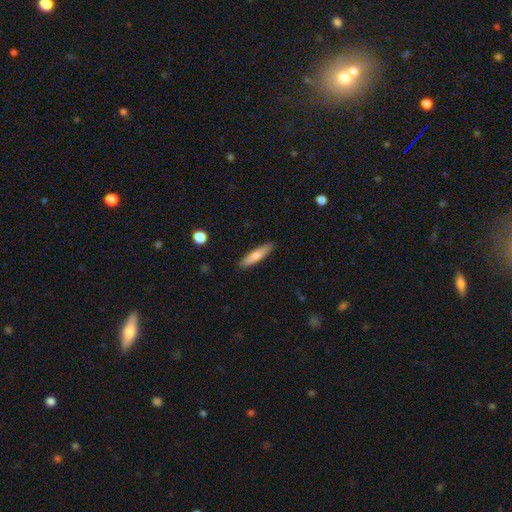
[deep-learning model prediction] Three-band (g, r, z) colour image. It shows a smooth galaxy with no disk features (71%) that is cigar-shaped (81%). Merging: none (89%).